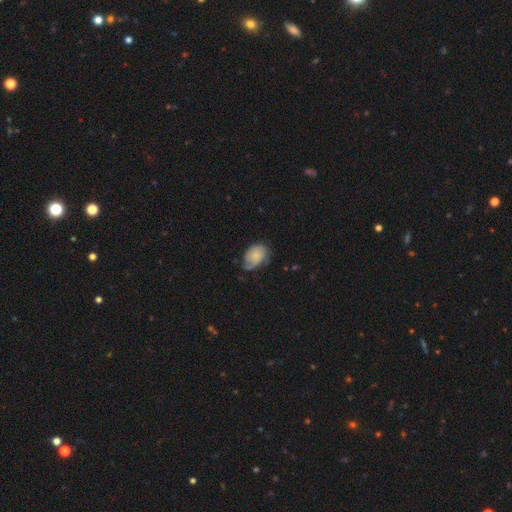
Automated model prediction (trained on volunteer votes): This is likely a smooth galaxy (66%). How rounded: likely in between (78%). Merging: possibly none (45%).